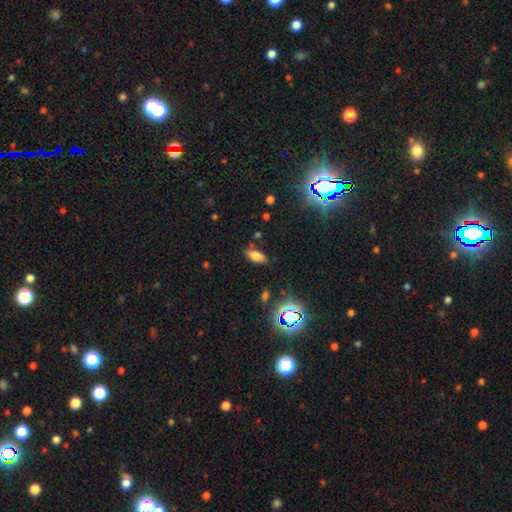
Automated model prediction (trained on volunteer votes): This appears to be a smooth galaxy with no disk features (74%) that is in between round and cigar-shaped (88%). Merging: none (79%).